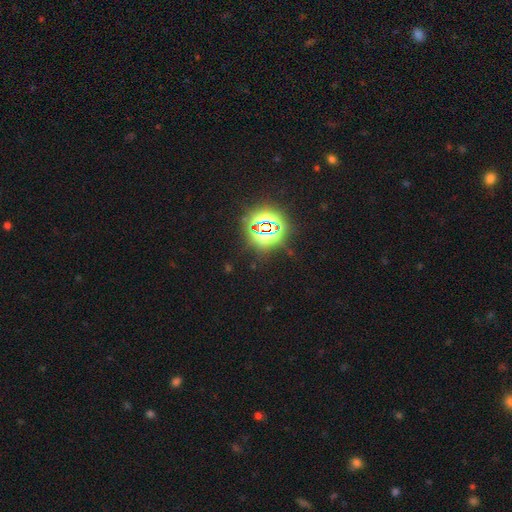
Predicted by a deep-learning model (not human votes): This appears to be a star or artifact, not a galaxy (81%).